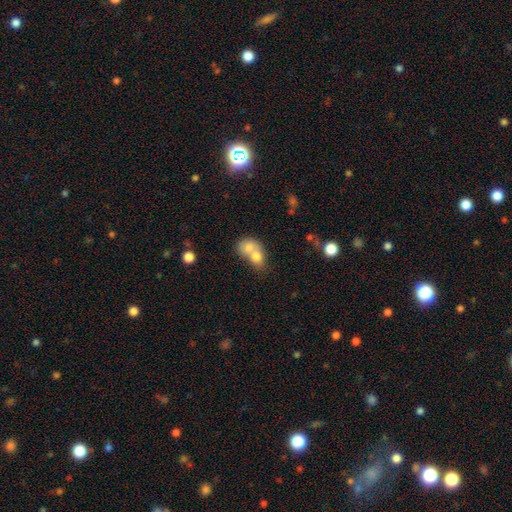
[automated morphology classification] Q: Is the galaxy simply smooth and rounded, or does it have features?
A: smooth — 72%.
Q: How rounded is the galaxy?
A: in between — 53%.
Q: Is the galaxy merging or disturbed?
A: merger — 77%.